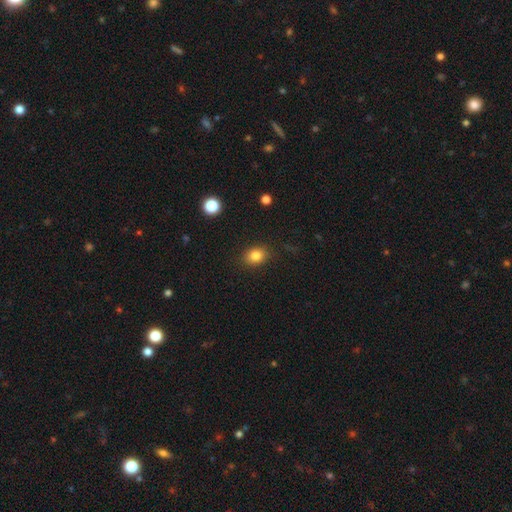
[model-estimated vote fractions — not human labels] Smooth or featured? smooth (83%)
How rounded? in between (53%)
Merging? none (85%)